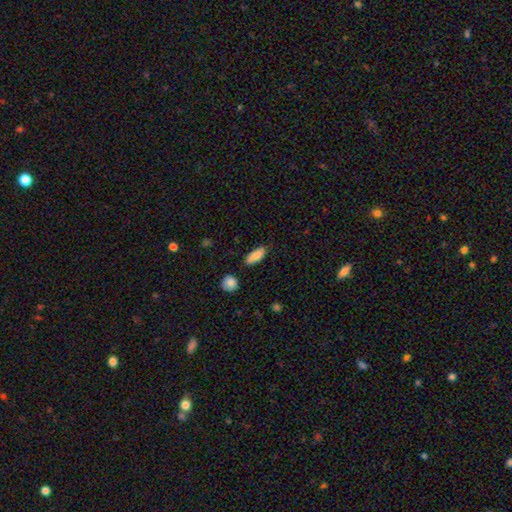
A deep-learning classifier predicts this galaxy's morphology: smooth-or-featured: smooth: 86% | featured or disk: 8% | star or artifact: 7%
  how-rounded: in between: 79% | cigar-shaped: 19% | round: 3%
  merging: none: 80% | minor disturbance: 14% | major disturbance: 3% | merger: 3%